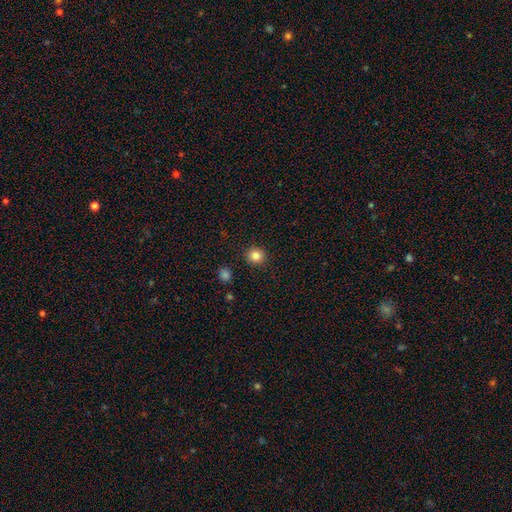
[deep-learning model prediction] This is clearly a smooth galaxy (84%). How rounded: clearly round (90%). Merging: clearly none (91%).